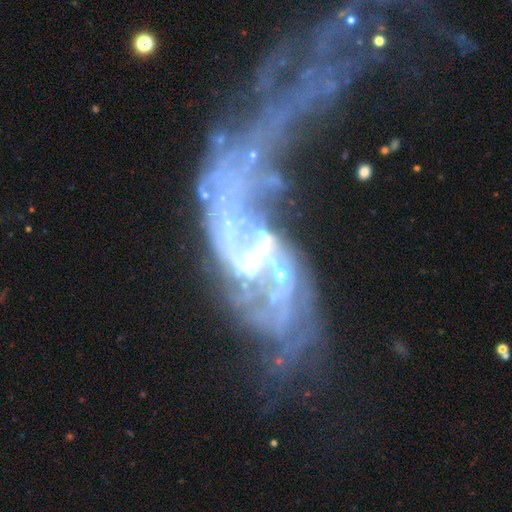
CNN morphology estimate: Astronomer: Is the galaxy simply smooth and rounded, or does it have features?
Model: featured or disk — 81%.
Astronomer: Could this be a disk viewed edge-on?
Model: no — 96%.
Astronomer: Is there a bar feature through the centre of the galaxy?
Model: no — 39% (runner-up: weak, 36%).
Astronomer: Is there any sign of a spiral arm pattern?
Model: yes — 73%.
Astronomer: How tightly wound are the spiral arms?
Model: loose — 67%.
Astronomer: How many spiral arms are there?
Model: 2 — 56%.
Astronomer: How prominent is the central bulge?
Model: small — 48% (runner-up: none, 28%).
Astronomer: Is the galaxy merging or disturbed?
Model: major disturbance — 44% (runner-up: merger, 30%).